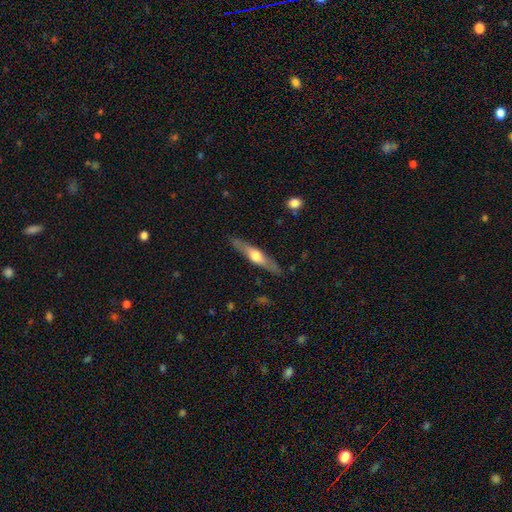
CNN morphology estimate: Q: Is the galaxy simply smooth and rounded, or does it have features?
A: featured or disk — 58%.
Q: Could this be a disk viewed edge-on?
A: yes — 91%.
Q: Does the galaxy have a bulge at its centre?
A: rounded — 88%.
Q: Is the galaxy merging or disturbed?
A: none — 86%.